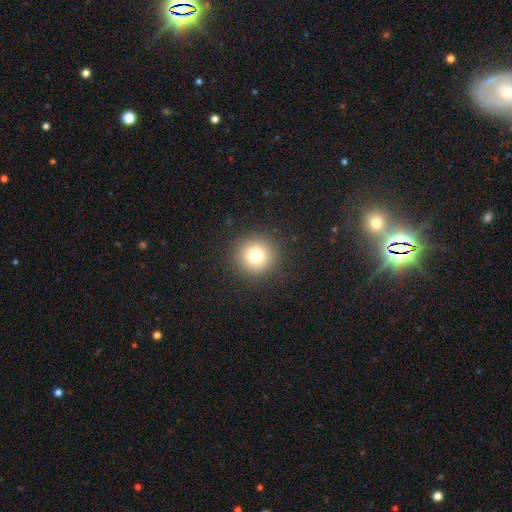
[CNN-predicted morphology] A smooth galaxy with no disk features (77%) that is round (95%). Merging: none (91%).